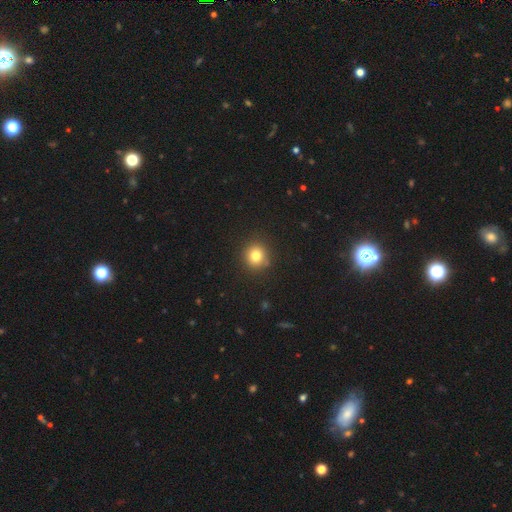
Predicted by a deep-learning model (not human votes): smooth_or_featured: smooth (p=0.79) [alt: star or artifact p=0.13]
how_rounded: round (p=0.90) [alt: in between p=0.09]
merging: none (p=0.87) [alt: minor disturbance p=0.08]